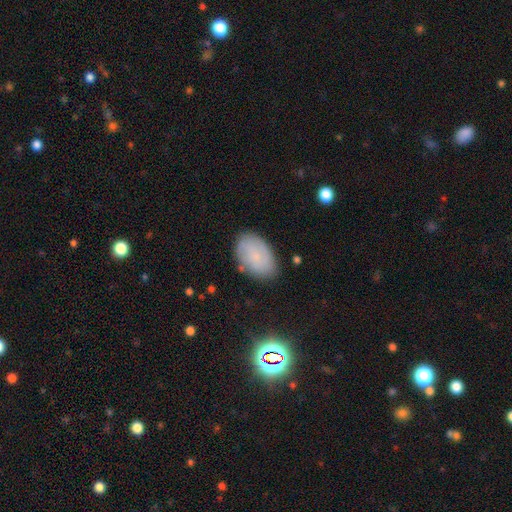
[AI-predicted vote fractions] smooth 55%, featured or disk 34%, star or artifact 11%. Down the decision tree: how rounded — in between (89%); merging — none (79%).